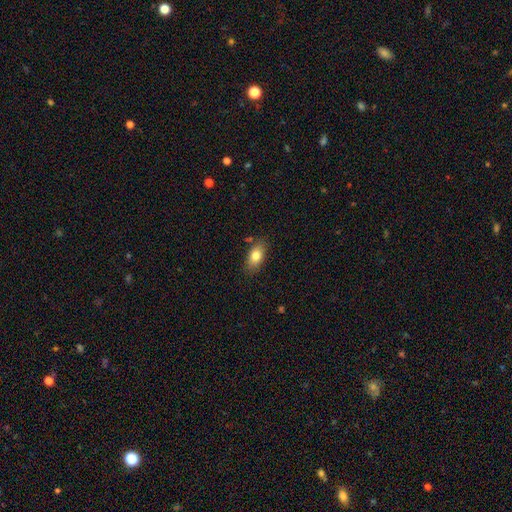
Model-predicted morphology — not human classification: A smooth galaxy with no disk features (80%) that is in between round and cigar-shaped (88%).

Vote fractions:
- Smooth or featured? smooth: 80% / featured or disk: 12% / star or artifact: 8%
- How rounded? in between: 88% / round: 8% / cigar-shaped: 5%
- Merging? none: 80% / minor disturbance: 14% / merger: 3% / major disturbance: 3%